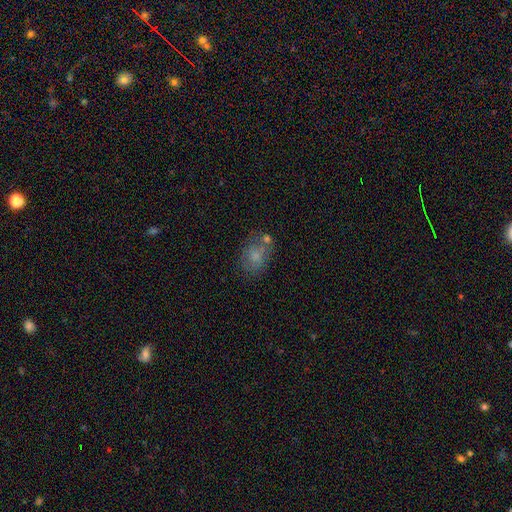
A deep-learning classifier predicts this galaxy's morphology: This is likely a smooth galaxy (67%). How rounded: likely in between (63%). Merging: possibly none (51%).